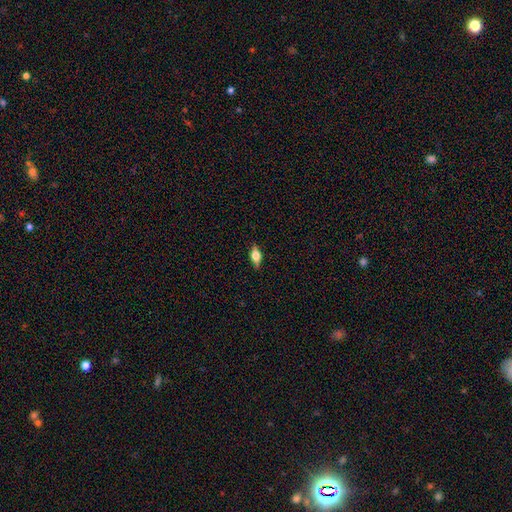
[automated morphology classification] Smooth or featured? smooth (49%)
Merging? none (87%)